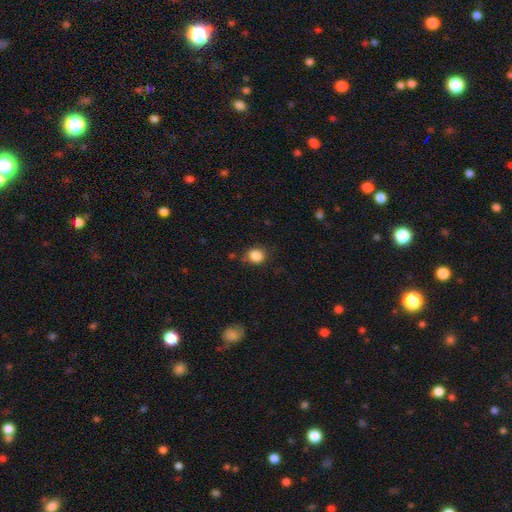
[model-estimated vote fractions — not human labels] Overall: smooth (86%). How rounded: round (75%). Merging: none (75%).